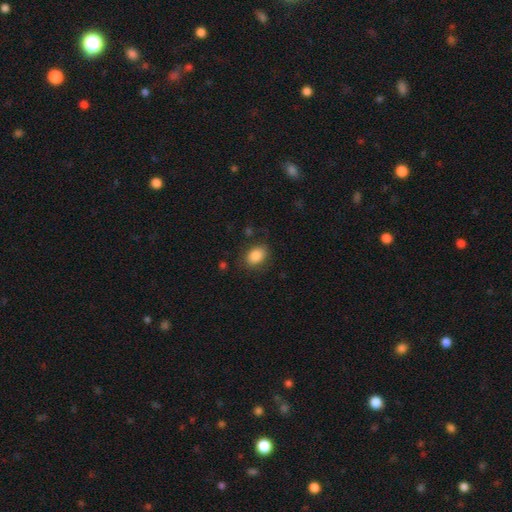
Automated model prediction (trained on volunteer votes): A smooth galaxy with no disk features (85%) that is in between round and cigar-shaped (75%). Merging: none (79%).